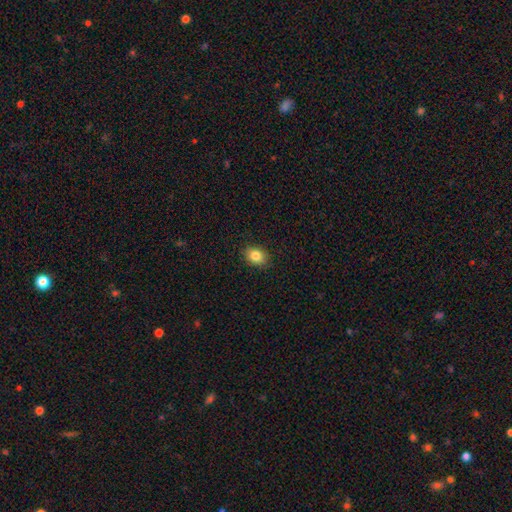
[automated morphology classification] The model was most divided on "how rounded": in between: 62%, round: 37%, cigar-shaped: 1%. More confident: merging — none (89%); smooth or featured — smooth (84%).